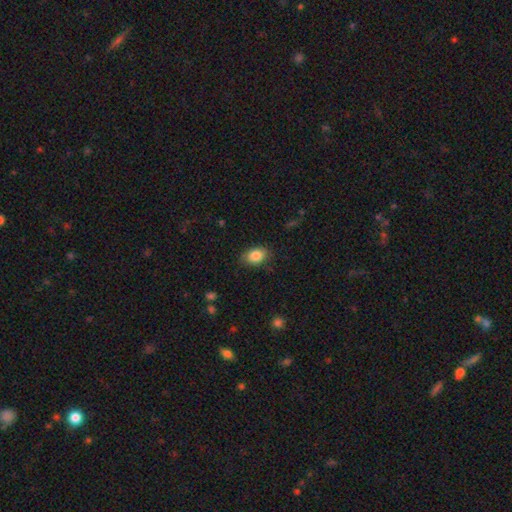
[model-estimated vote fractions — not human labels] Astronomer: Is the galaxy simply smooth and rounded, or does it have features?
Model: smooth — 86%.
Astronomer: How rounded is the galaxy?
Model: in between — 79%.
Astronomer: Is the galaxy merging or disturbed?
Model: none — 82%.